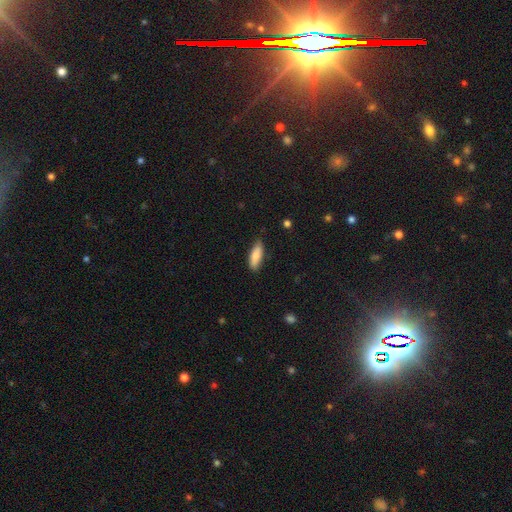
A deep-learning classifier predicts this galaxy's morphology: Q: Smooth or featured?
A: smooth (84%); runner-up: featured or disk (10%)
Q: How rounded?
A: in between (61%); runner-up: cigar-shaped (37%)
Q: Merging?
A: none (81%); runner-up: minor disturbance (15%)